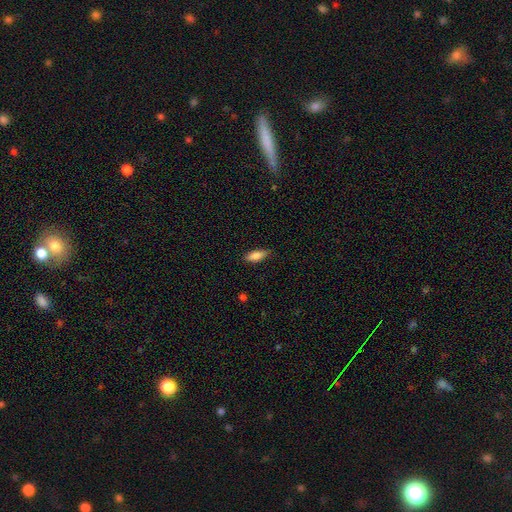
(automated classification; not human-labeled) smooth 81%, featured or disk 13%, star or artifact 7%. Down the decision tree: how rounded — in between (67%); merging — none (77%).